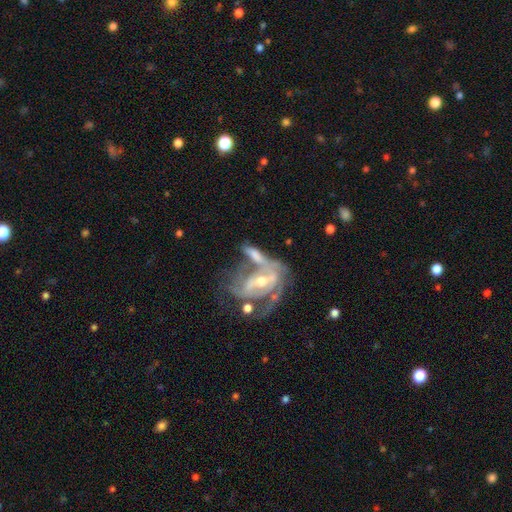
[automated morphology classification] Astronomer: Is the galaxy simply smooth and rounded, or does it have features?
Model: featured or disk — 70%.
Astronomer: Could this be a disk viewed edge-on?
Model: no — 89%.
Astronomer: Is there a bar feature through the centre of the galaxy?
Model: no — 39% (runner-up: weak, 37%).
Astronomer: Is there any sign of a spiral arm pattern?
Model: yes — 74%.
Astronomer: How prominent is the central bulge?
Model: moderate — 62%.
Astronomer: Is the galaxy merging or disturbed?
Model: merger — 43% (runner-up: none, 24%).